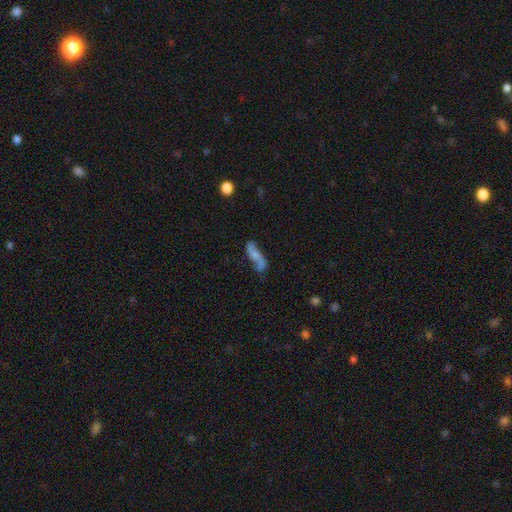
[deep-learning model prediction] A featured or disk galaxy (58%).

Vote fractions:
- Smooth or featured? featured or disk: 58% / smooth: 34% / star or artifact: 8%
- Edge-on disk? no: 85% / yes: 15%
- Merging? none: 60% / minor disturbance: 23% / major disturbance: 11% / merger: 6%